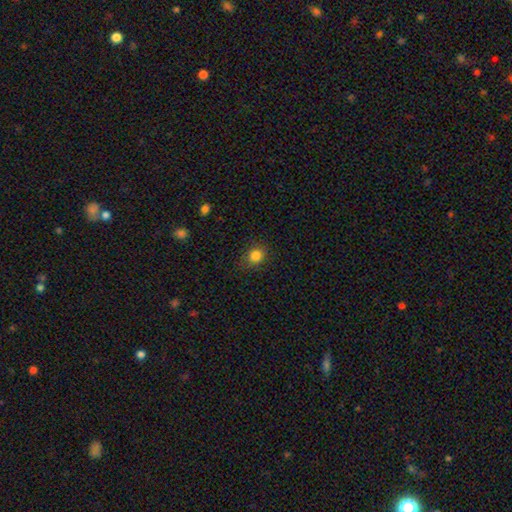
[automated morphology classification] Overall: smooth (83%). How rounded: round (75%). Merging: none (81%).